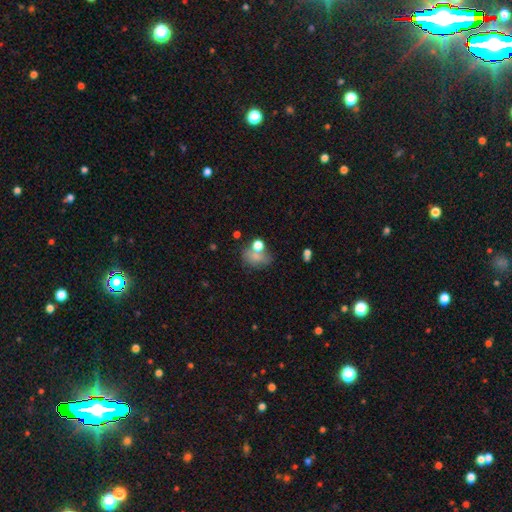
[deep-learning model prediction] A smooth galaxy with no disk features (67%) that is in between round and cigar-shaped (57%). Merging: none (38%).